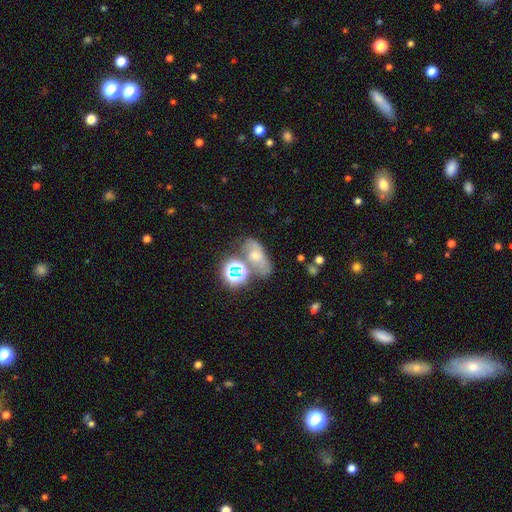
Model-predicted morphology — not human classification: Smooth or featured?
  - star or artifact: 36% *
  - smooth: 34%
  - featured or disk: 30%